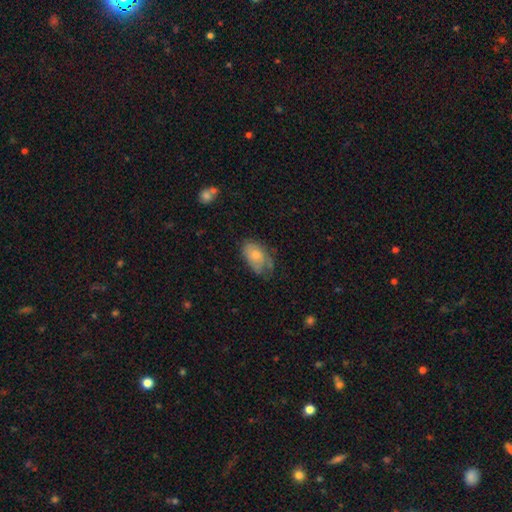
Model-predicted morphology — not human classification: smooth 66%, featured or disk 26%, star or artifact 9%. Down the decision tree: how rounded — in between (90%); merging — none (47%).